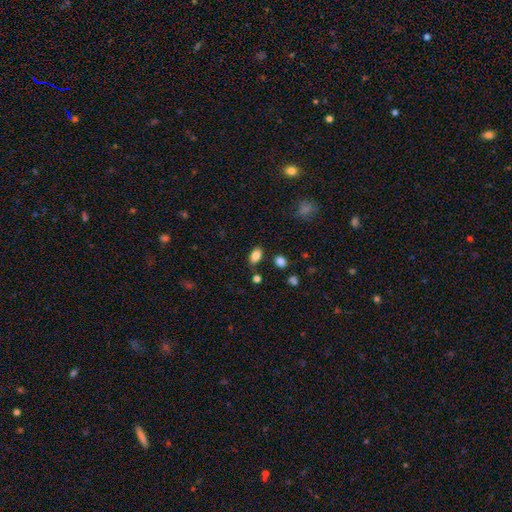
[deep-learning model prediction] Morphology: type=smooth (84%); roundness=in between (90%); merging=none (82%).